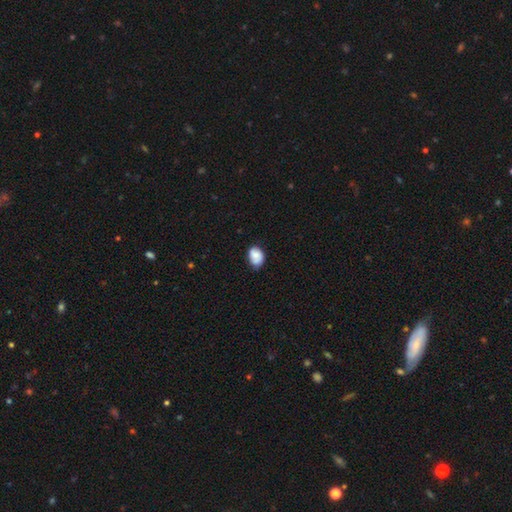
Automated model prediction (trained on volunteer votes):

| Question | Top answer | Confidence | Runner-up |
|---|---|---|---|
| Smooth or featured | smooth | 76% | featured or disk (16%) |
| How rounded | in between | 73% | round (26%) |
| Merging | none | 63% | minor disturbance (29%) |